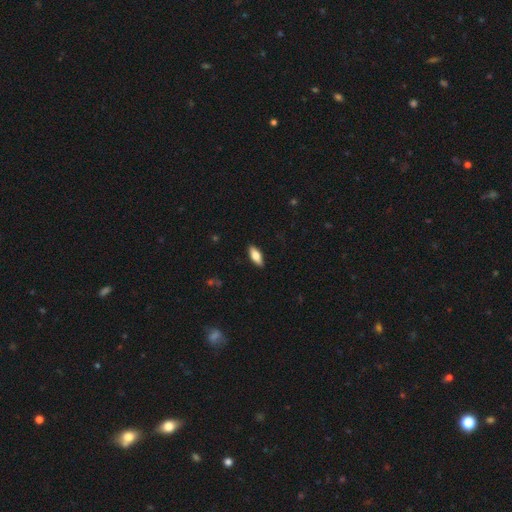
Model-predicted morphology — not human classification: This is likely a smooth galaxy (69%). How rounded: likely in between (76%). Merging: clearly none (89%).